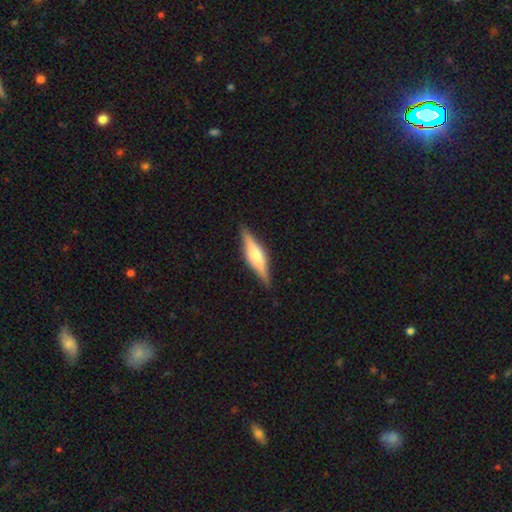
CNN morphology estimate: featured or disk 57%, smooth 37%, star or artifact 6%. Down the decision tree: edge-on disk — yes (95%); edge-on bulge — rounded (67%); merging — none (88%).